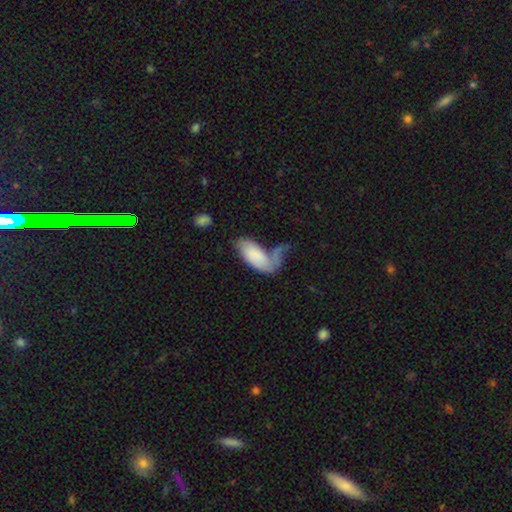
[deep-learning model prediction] A smooth galaxy with no disk features (76%) that is in between round and cigar-shaped (91%). Merging: none (27%).